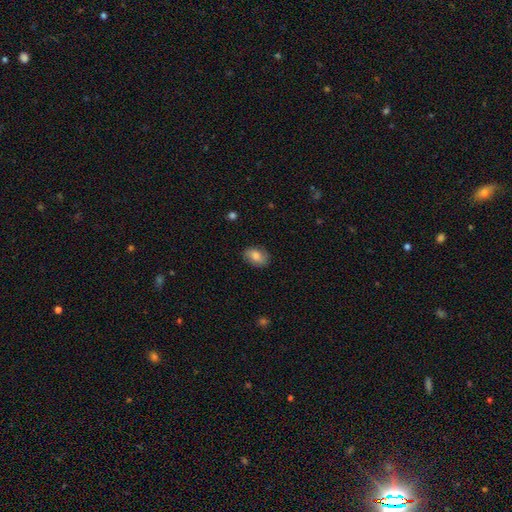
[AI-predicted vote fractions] smooth 78%, featured or disk 14%, star or artifact 8%. Down the decision tree: how rounded — in between (83%); merging — none (82%).